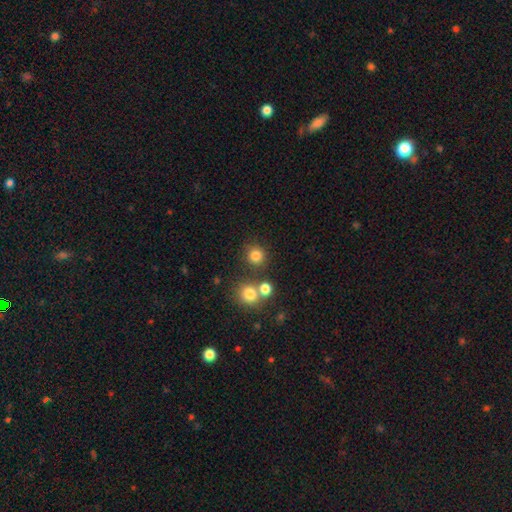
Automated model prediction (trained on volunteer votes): Q: Smooth or featured?
A: smooth (80%); runner-up: star or artifact (14%)
Q: How rounded?
A: round (91%); runner-up: in between (8%)
Q: Merging?
A: none (77%); runner-up: merger (12%)